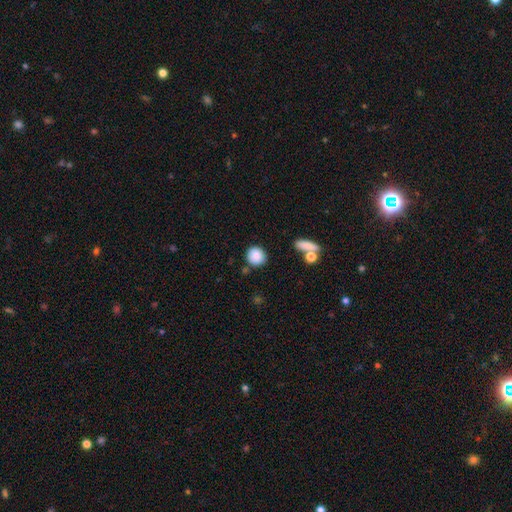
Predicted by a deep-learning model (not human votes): Overall: smooth (87%). How rounded: round (86%). Merging: none (81%).